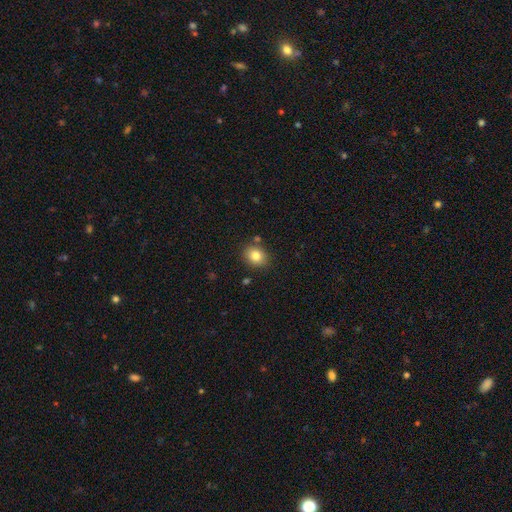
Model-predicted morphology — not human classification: Smooth or featured?
  - smooth: 82% *
  - star or artifact: 10%
  - featured or disk: 8%
How rounded?
  - round: 64% *
  - in between: 36%
  - cigar-shaped: 1%
Merging?
  - none: 82% *
  - minor disturbance: 10%
  - merger: 6%
  - major disturbance: 3%